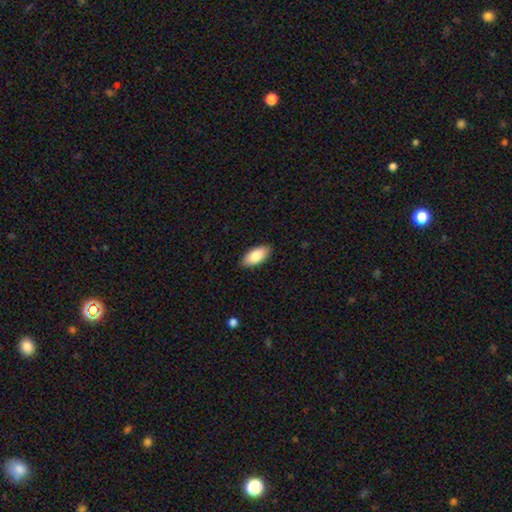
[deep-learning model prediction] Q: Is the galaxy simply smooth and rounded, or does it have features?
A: smooth — 85%.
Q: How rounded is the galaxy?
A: in between — 91%.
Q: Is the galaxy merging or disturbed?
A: none — 89%.